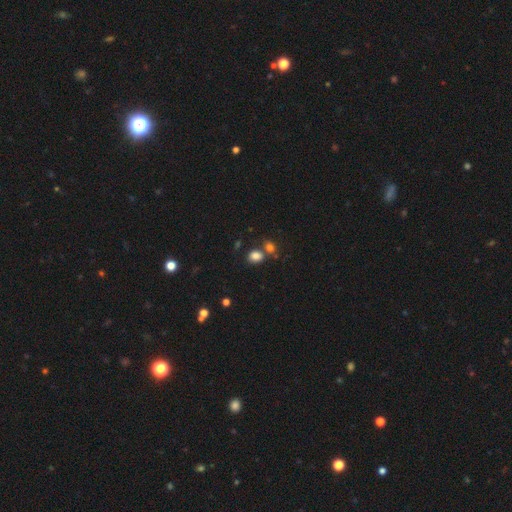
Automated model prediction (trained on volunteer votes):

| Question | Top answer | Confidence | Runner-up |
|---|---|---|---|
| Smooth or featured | smooth | 81% | star or artifact (13%) |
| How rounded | in between | 62% | round (37%) |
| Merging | none | 55% | merger (29%) |